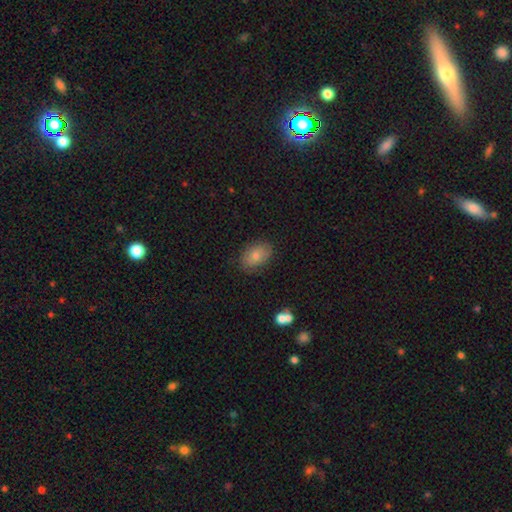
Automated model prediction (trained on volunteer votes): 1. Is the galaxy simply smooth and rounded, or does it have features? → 73% smooth, 16% featured or disk, 10% star or artifact.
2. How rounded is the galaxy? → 86% in between, 13% round, 1% cigar-shaped.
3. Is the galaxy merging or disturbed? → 84% none, 12% minor disturbance, 3% major disturbance, 1% merger.